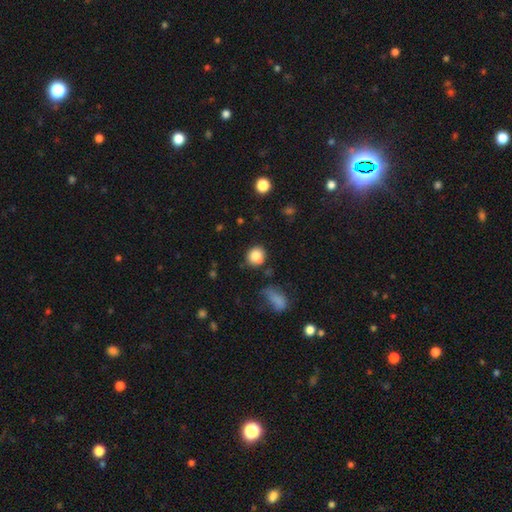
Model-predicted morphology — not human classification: smooth-or-featured: smooth: 83% | star or artifact: 10% | featured or disk: 7%
  how-rounded: round: 85% | in between: 14% | cigar-shaped: 1%
  merging: none: 77% | minor disturbance: 13% | merger: 5% | major disturbance: 4%